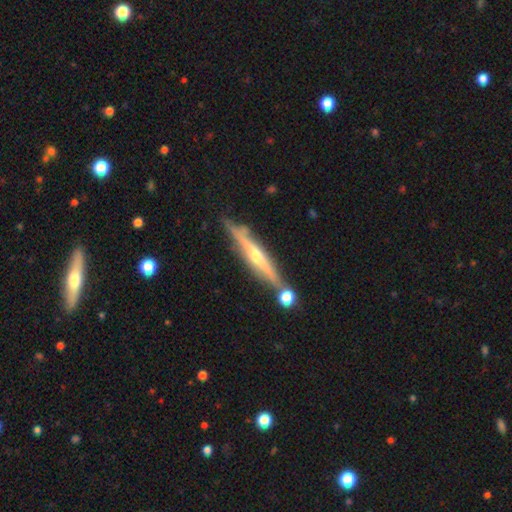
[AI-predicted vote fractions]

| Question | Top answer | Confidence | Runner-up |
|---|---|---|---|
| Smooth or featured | featured or disk | 76% | smooth (18%) |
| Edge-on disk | yes | 95% | no (5%) |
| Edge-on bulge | rounded | 81% | none (14%) |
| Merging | none | 79% | minor disturbance (13%) |